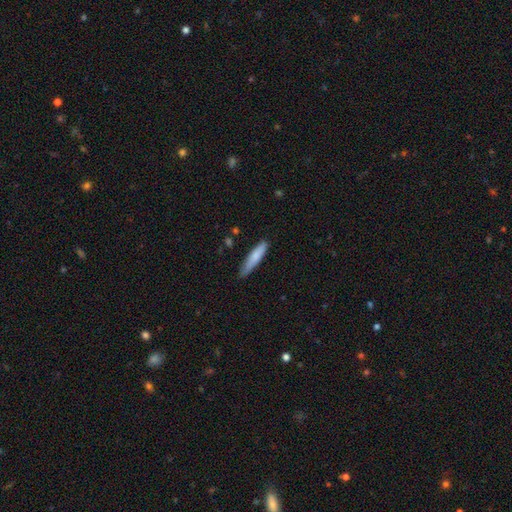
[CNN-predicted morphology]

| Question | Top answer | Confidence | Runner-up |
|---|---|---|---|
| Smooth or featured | smooth | 80% | featured or disk (15%) |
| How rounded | cigar-shaped | 84% | in between (14%) |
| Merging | none | 75% | minor disturbance (20%) |